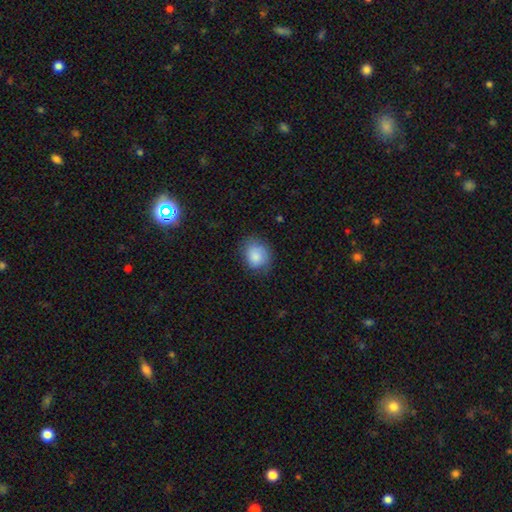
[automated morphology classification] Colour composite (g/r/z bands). It shows a smooth galaxy with no disk features (85%) that is round (61%). Merging: none (72%).